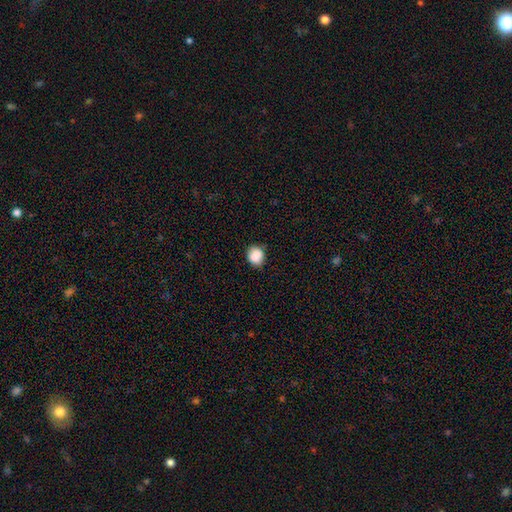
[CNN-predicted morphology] Smooth or featured? smooth (85%)
How rounded? round (70%)
Merging? none (72%)